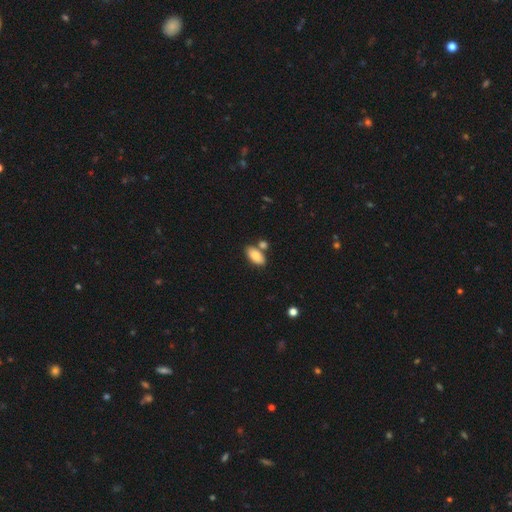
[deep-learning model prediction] smooth 85%, featured or disk 9%, star or artifact 7%. Down the decision tree: how rounded — in between (93%); merging — none (66%).